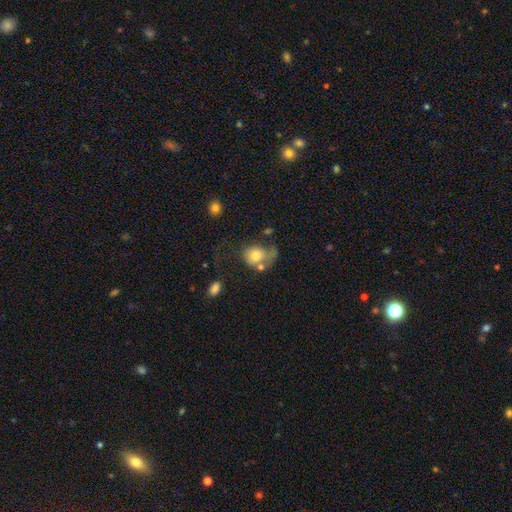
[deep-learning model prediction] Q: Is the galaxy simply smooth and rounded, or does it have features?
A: smooth — 70%.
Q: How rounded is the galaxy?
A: round — 59%.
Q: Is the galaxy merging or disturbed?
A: major disturbance — 34%.